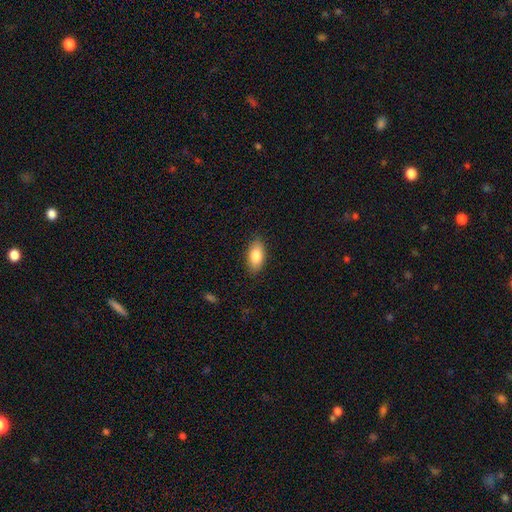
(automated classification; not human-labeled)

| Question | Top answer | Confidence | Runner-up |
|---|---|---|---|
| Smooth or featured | smooth | 83% | featured or disk (11%) |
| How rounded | in between | 91% | cigar-shaped (5%) |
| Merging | none | 87% | minor disturbance (10%) |